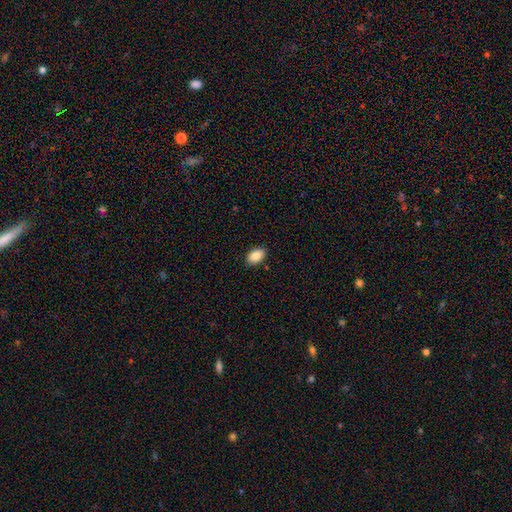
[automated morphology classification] This is clearly a smooth galaxy (89%). How rounded: clearly in between (91%). Merging: clearly none (89%).